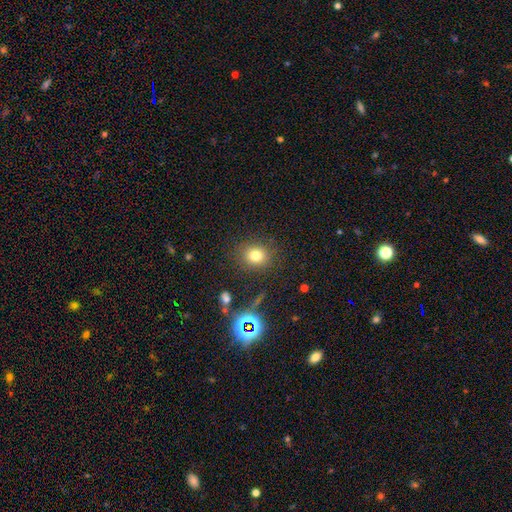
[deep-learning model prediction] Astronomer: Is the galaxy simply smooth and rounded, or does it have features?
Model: smooth — 75%.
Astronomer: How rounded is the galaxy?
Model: round — 73%.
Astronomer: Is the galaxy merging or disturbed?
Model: none — 84%.